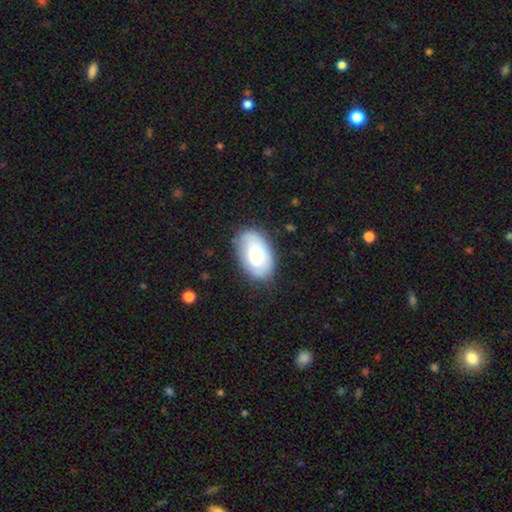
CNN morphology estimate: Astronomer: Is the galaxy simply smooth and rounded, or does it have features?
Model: smooth — 66%.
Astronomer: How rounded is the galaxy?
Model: in between — 92%.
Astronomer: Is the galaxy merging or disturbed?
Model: none — 76%.